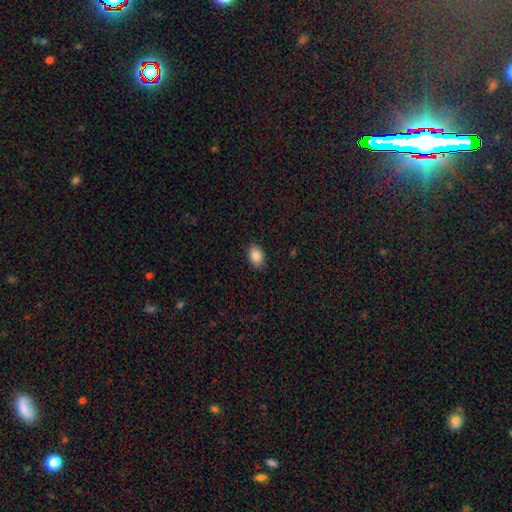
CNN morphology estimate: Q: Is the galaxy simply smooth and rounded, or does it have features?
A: smooth — 88%.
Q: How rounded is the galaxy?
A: in between — 82%.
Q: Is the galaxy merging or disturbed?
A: none — 87%.